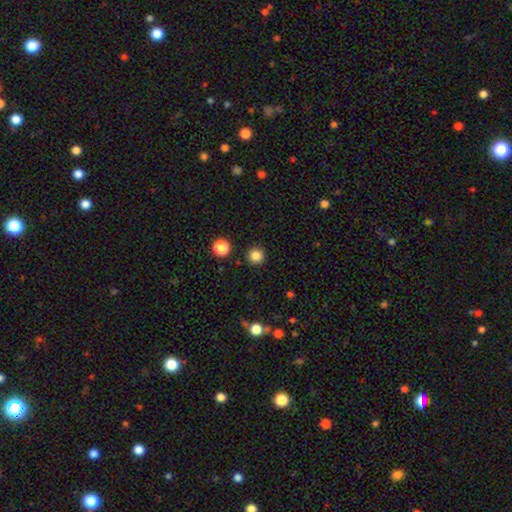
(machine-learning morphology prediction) This is clearly a smooth galaxy (84%). How rounded: clearly round (95%). Merging: clearly none (91%).